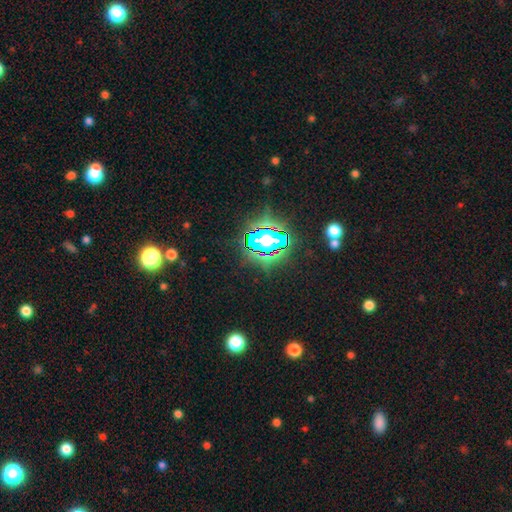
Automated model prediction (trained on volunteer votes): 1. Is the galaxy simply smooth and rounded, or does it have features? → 84% star or artifact, 9% smooth, 7% featured or disk.